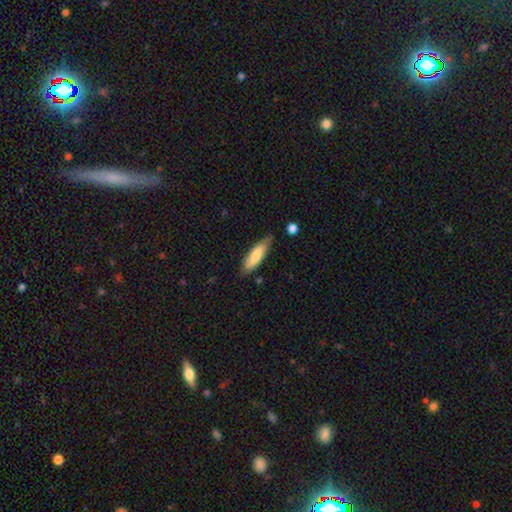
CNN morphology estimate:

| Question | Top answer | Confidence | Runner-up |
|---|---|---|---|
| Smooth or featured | smooth | 74% | featured or disk (20%) |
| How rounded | cigar-shaped | 51% | in between (47%) |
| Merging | none | 71% | minor disturbance (23%) |